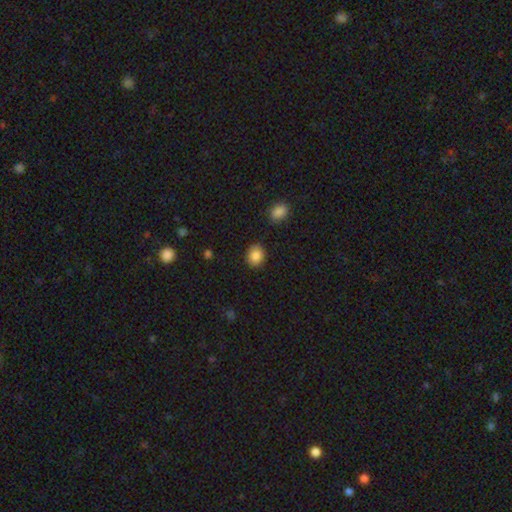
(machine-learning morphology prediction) Smooth or featured?
  - smooth: 87% *
  - star or artifact: 9%
  - featured or disk: 5%
How rounded?
  - round: 63% *
  - in between: 36%
  - cigar-shaped: 1%
Merging?
  - none: 84% *
  - minor disturbance: 11%
  - major disturbance: 2%
  - merger: 2%